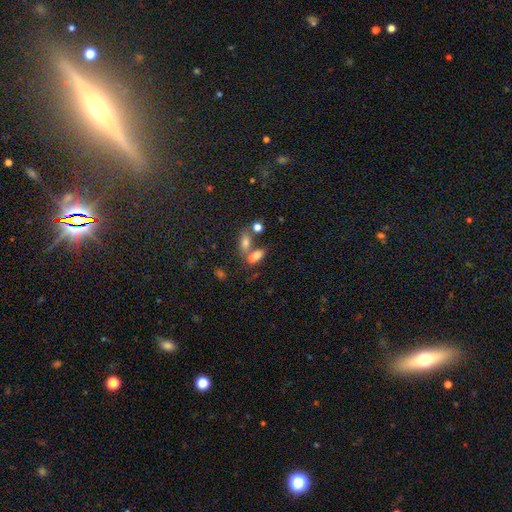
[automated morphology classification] A smooth galaxy with no disk features (78%) that is in between round and cigar-shaped (82%).

Vote fractions:
- Smooth or featured? smooth: 78% / featured or disk: 11% / star or artifact: 11%
- How rounded? in between: 82% / cigar-shaped: 12% / round: 6%
- Merging? none: 43% / merger: 41% / minor disturbance: 12% / major disturbance: 5%